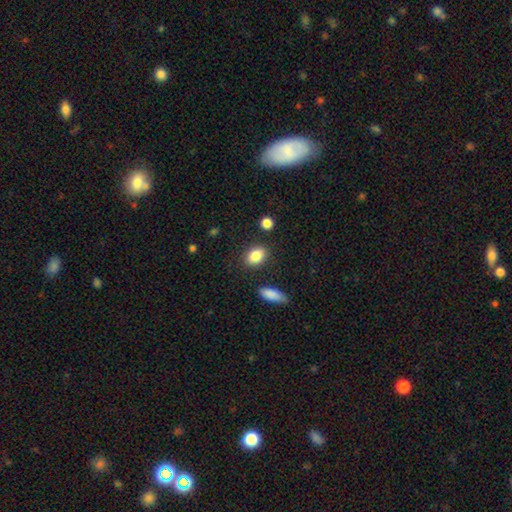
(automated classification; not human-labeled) A smooth galaxy with no disk features (86%) that is in between round and cigar-shaped (77%).

Vote fractions:
- Smooth or featured? smooth: 86% / star or artifact: 8% / featured or disk: 6%
- How rounded? in between: 77% / round: 21% / cigar-shaped: 2%
- Merging? none: 84% / minor disturbance: 9% / merger: 4% / major disturbance: 3%